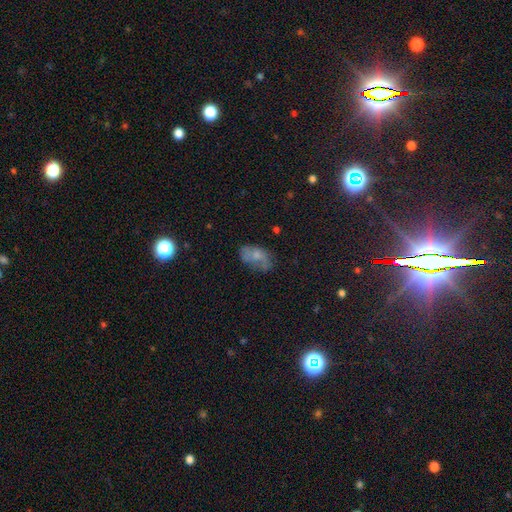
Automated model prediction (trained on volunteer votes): Smooth or featured: smooth — 55% (featured or disk — 35%)
How rounded: in between — 90% (round — 8%)
Merging: none — 50% (minor disturbance — 29%)